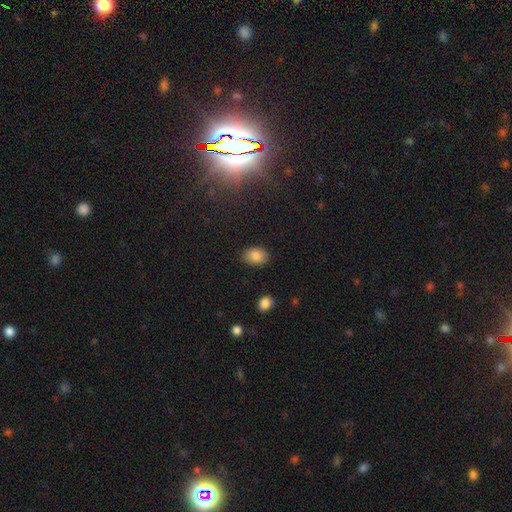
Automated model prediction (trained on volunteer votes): A smooth galaxy with no disk features (85%) that is in between round and cigar-shaped (77%). Merging: none (85%).